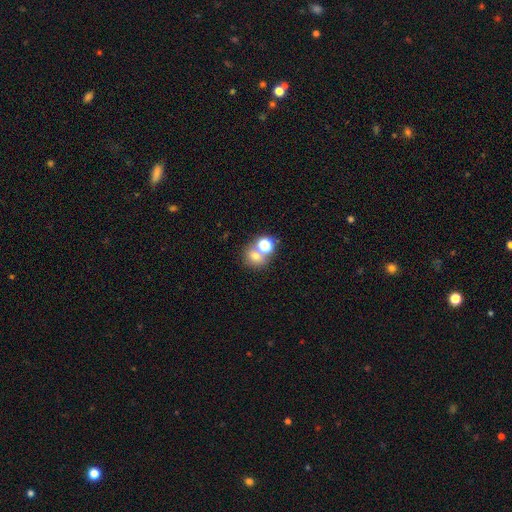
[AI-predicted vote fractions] smooth-or-featured: smooth: 69% | star or artifact: 19% | featured or disk: 12%
  how-rounded: round: 72% | in between: 27% | cigar-shaped: 1%
  merging: none: 47% | merger: 41% | minor disturbance: 8% | major disturbance: 4%